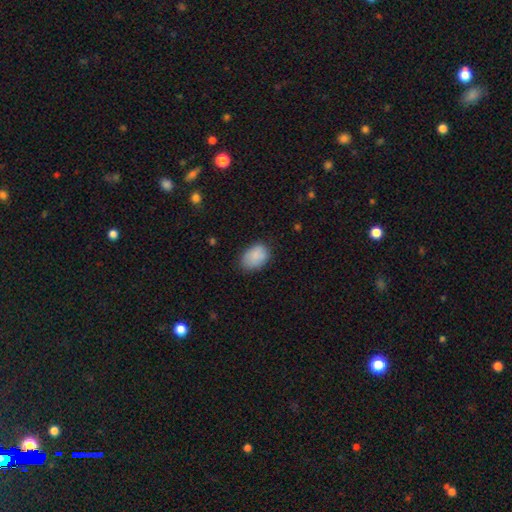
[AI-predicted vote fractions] smooth 87%, star or artifact 7%, featured or disk 6%. Down the decision tree: how rounded — in between (79%); merging — none (73%).